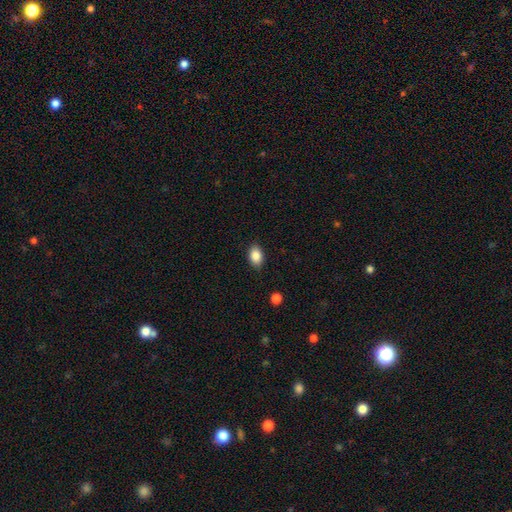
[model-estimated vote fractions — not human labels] Overall: smooth (87%). How rounded: in between (83%). Merging: none (85%).